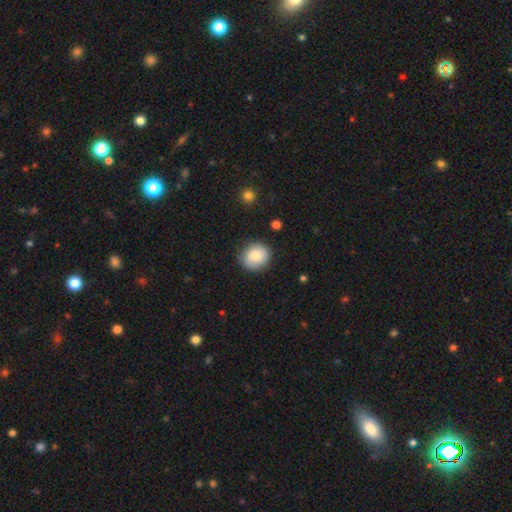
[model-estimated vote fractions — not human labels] smooth-or-featured: smooth: 81% | featured or disk: 11% | star or artifact: 8%
  how-rounded: round: 82% | in between: 17% | cigar-shaped: 1%
  merging: none: 84% | minor disturbance: 12% | major disturbance: 3% | merger: 1%